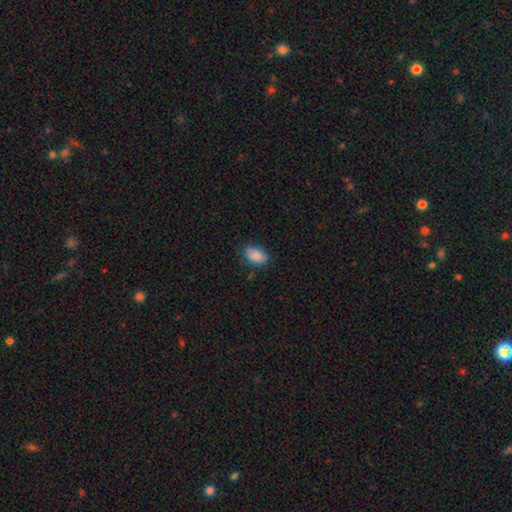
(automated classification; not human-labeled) Smooth or featured: smooth — 87% (star or artifact — 7%)
How rounded: in between — 88% (round — 10%)
Merging: none — 76% (minor disturbance — 19%)